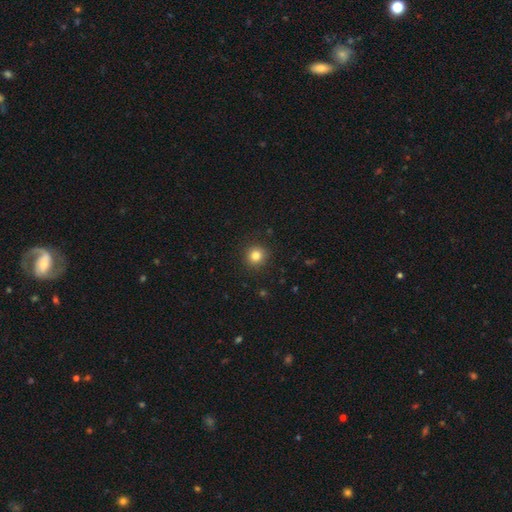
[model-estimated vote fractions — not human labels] Smooth or featured?
  - smooth: 82% *
  - star or artifact: 12%
  - featured or disk: 6%
How rounded?
  - round: 93% *
  - in between: 6%
  - cigar-shaped: 1%
Merging?
  - none: 91% *
  - minor disturbance: 6%
  - major disturbance: 2%
  - merger: 1%